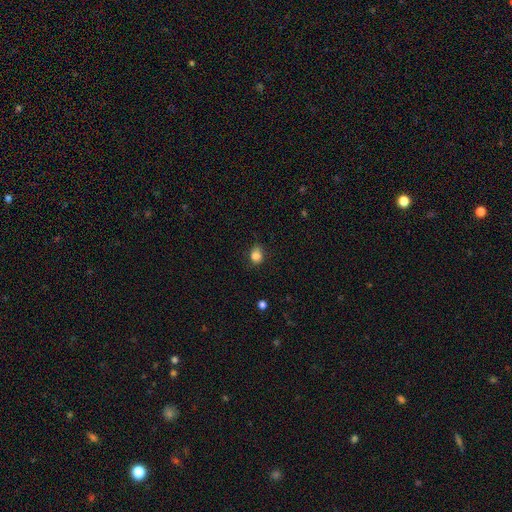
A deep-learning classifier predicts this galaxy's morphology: This appears to be a smooth galaxy with no disk features (85%) that is round (55%). Merging: none (69%).